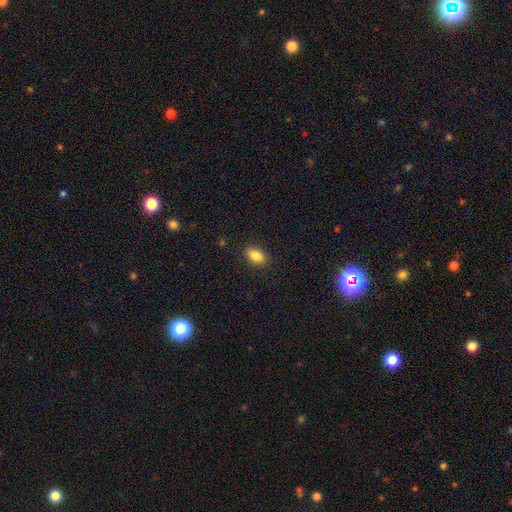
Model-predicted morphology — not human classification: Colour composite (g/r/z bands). It shows a smooth galaxy with no disk features (85%) that is in between round and cigar-shaped (88%). Merging: none (89%).